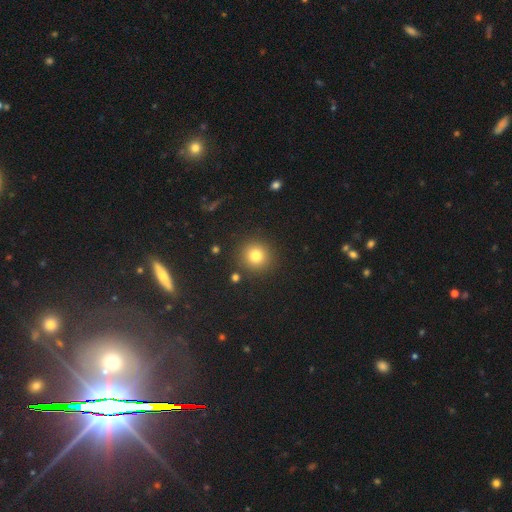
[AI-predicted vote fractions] Smooth or featured? smooth (79%)
How rounded? round (93%)
Merging? none (89%)